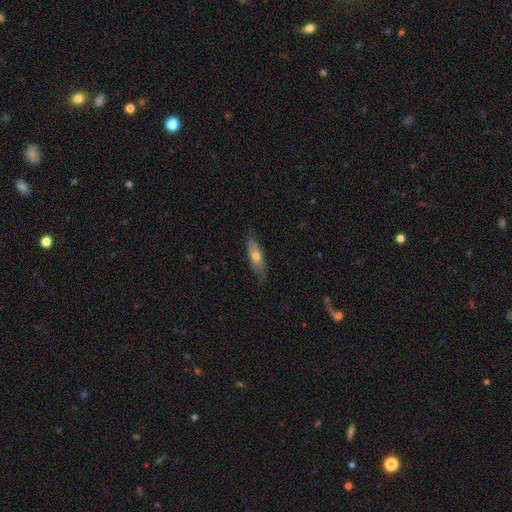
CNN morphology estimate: The model was most divided on "how rounded": cigar-shaped: 58%, in between: 40%, round: 2%. More confident: merging — none (77%); smooth or featured — smooth (58%).